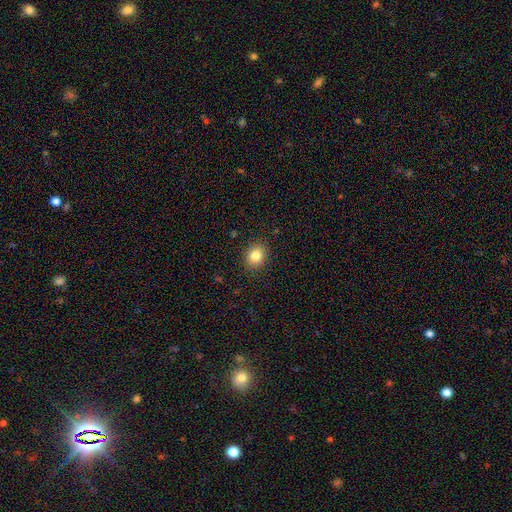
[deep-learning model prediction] Smooth or featured: smooth — 83% (star or artifact — 10%)
How rounded: round — 55% (in between — 45%)
Merging: none — 88% (minor disturbance — 8%)